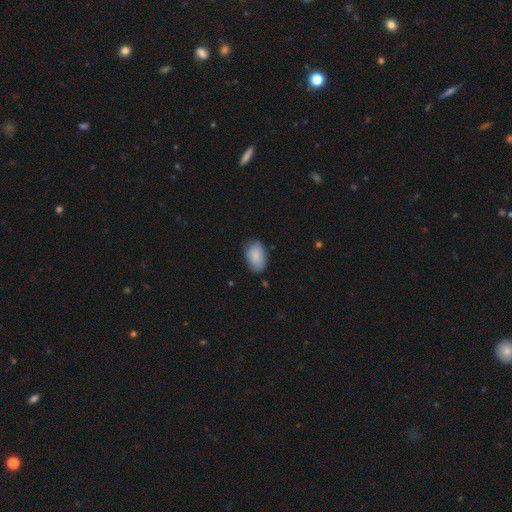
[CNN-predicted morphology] This appears to be a smooth galaxy with no disk features (87%) that is in between round and cigar-shaped (91%). Merging: none (77%).